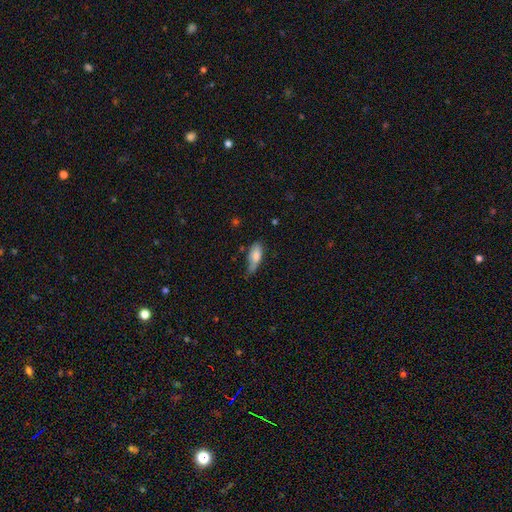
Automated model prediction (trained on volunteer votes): Morphology: type=smooth (77%); roundness=in between (74%); merging=none (45%).